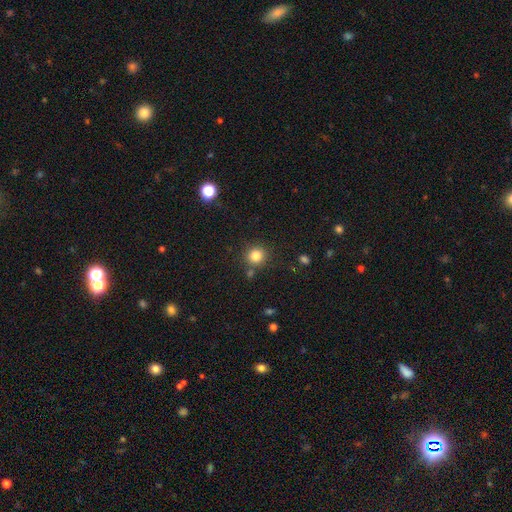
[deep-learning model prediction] smooth 82%, star or artifact 12%, featured or disk 6%. Down the decision tree: how rounded — round (92%); merging — none (82%).